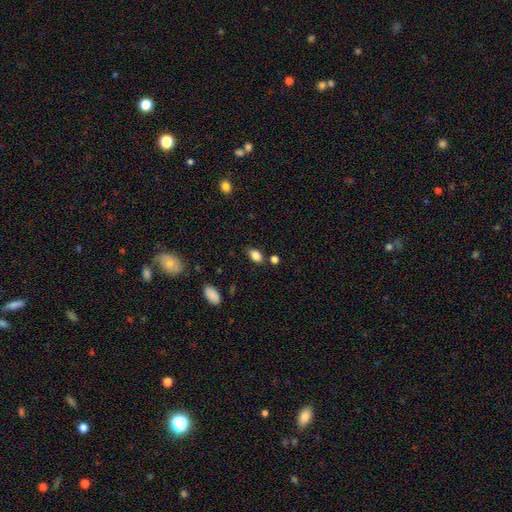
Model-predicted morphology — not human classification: This appears to be a smooth galaxy with no disk features (85%) that is in between round and cigar-shaped (88%). Merging: none (77%).